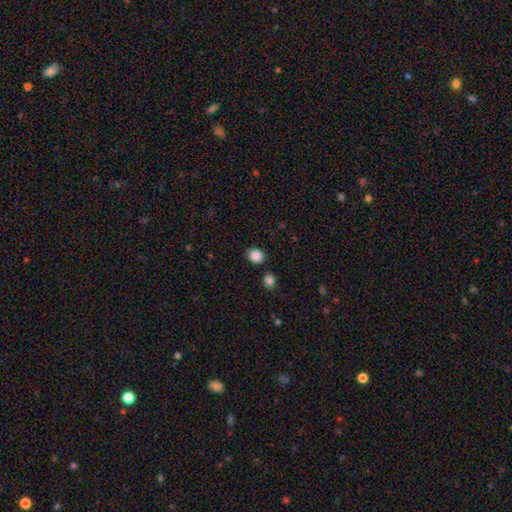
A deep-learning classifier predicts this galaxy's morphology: This appears to be a smooth galaxy with no disk features (87%) that is round (65%). Merging: none (81%).